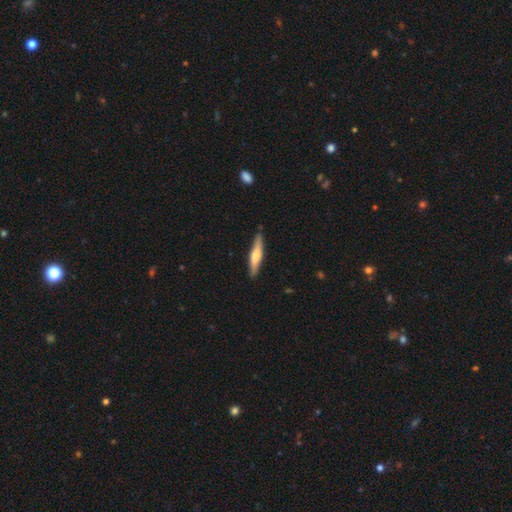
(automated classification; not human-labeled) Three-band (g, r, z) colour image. It shows a smooth galaxy with no disk features (53%) that is cigar-shaped (87%). Merging: none (87%).